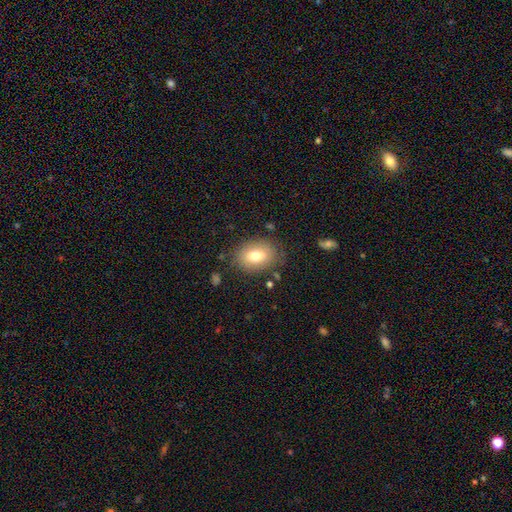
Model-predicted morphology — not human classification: A smooth galaxy with no disk features (75%) that is in between round and cigar-shaped (70%).

Vote fractions:
- Smooth or featured? smooth: 75% / featured or disk: 16% / star or artifact: 9%
- How rounded? in between: 70% / round: 29% / cigar-shaped: 1%
- Merging? none: 80% / minor disturbance: 14% / major disturbance: 5% / merger: 2%